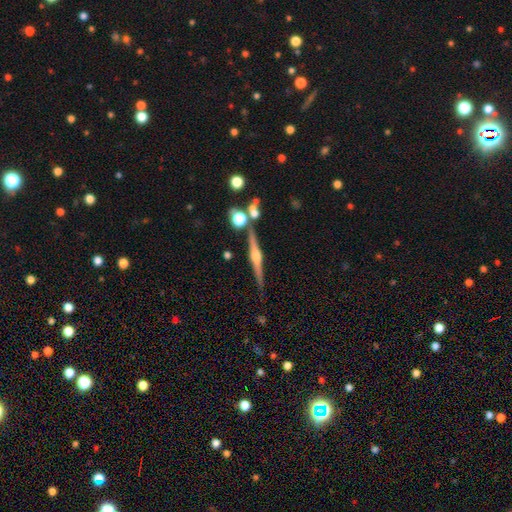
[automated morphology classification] Smooth or featured?
  - featured or disk: 80% *
  - smooth: 13%
  - star or artifact: 7%
Edge-on disk?
  - yes: 98% *
  - no: 2%
Edge-on bulge?
  - rounded: 93% *
  - boxy: 4%
  - none: 3%
Merging?
  - none: 82% *
  - minor disturbance: 9%
  - merger: 7%
  - major disturbance: 2%